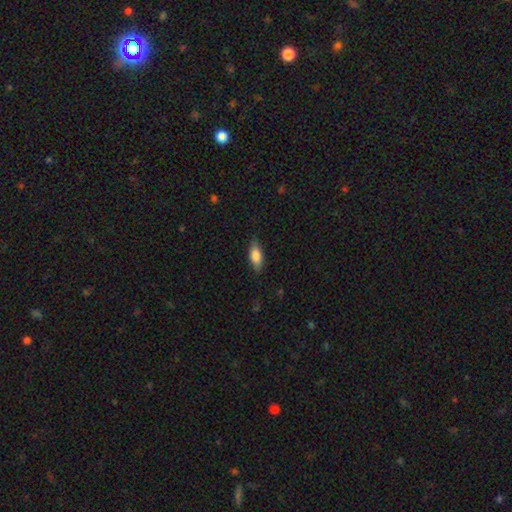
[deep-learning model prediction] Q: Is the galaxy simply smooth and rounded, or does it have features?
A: smooth — 80%.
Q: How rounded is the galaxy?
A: in between — 78%.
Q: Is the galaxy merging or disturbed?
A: none — 82%.